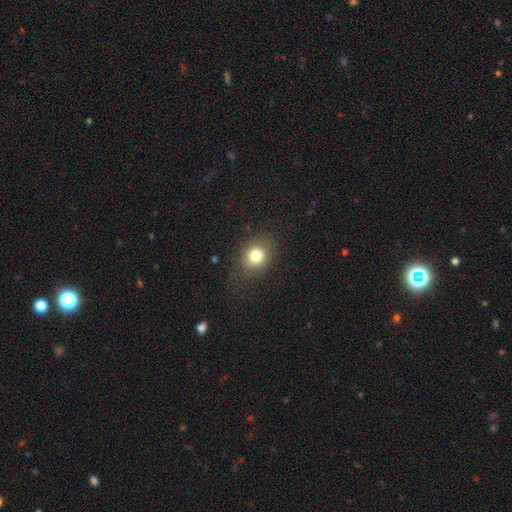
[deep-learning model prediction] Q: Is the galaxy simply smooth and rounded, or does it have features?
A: smooth — 79%.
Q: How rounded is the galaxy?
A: round — 59%.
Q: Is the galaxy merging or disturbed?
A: none — 79%.